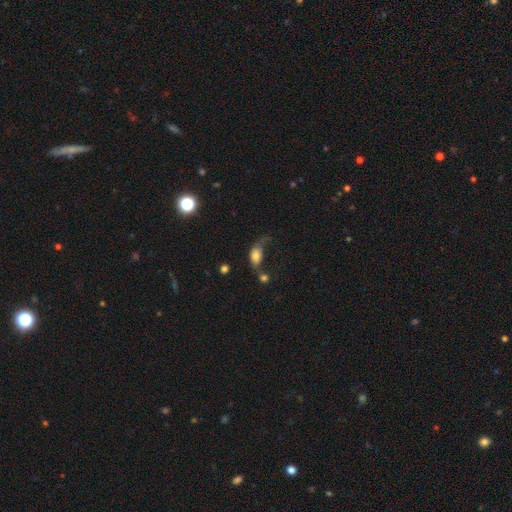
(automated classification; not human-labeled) Smooth or featured? Predicted: smooth (p=0.72). How rounded? Predicted: in between (p=0.84). Merging? Predicted: major disturbance (p=0.35).